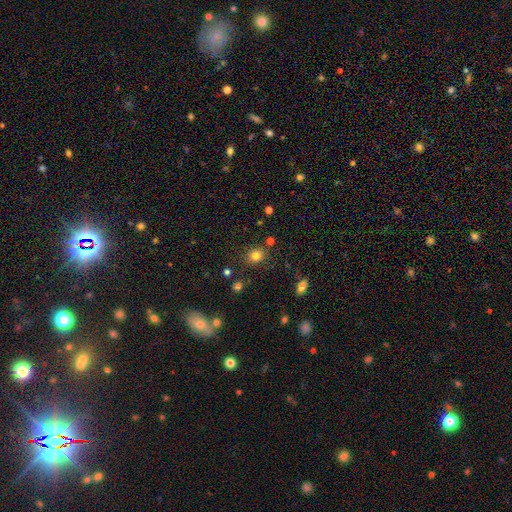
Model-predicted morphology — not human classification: The model was most divided on "how rounded": round: 60%, in between: 39%, cigar-shaped: 1%. More confident: merging — none (82%); smooth or featured — smooth (80%).